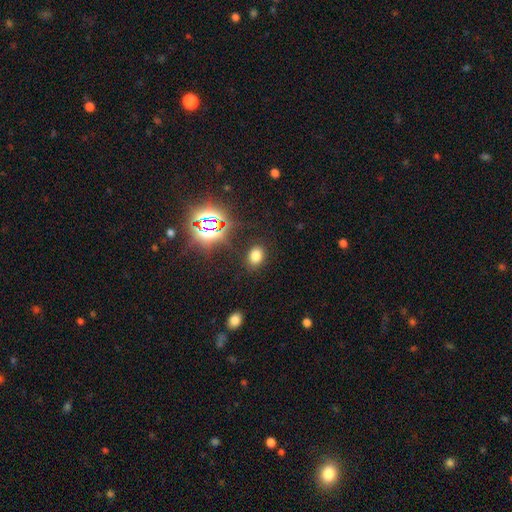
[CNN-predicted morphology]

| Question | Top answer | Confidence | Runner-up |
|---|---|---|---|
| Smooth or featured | smooth | 71% | star or artifact (22%) |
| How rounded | in between | 73% | round (25%) |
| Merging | none | 86% | minor disturbance (9%) |